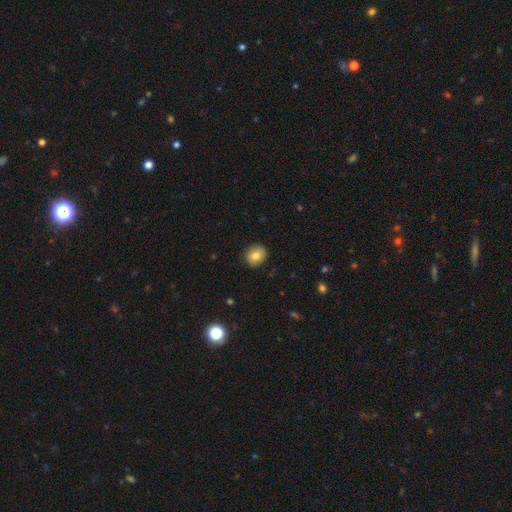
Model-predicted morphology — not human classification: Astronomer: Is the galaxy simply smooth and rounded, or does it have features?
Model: smooth — 80%.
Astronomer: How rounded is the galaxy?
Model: round — 78%.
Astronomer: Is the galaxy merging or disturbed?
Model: none — 90%.